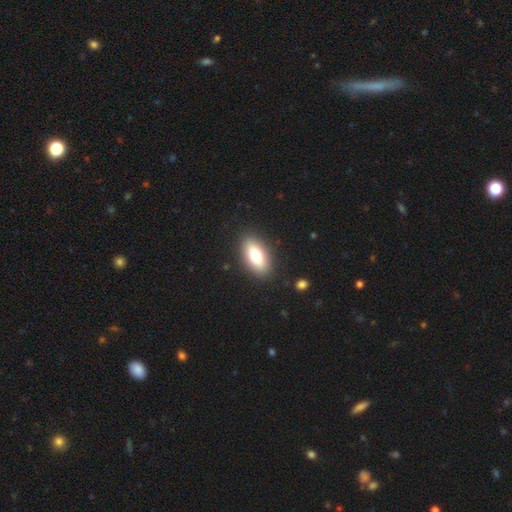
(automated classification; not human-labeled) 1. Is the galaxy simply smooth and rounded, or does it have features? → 73% smooth, 20% featured or disk, 7% star or artifact.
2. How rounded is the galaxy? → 88% in between, 8% cigar-shaped, 4% round.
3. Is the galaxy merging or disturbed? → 88% none, 8% minor disturbance, 3% major disturbance, 1% merger.